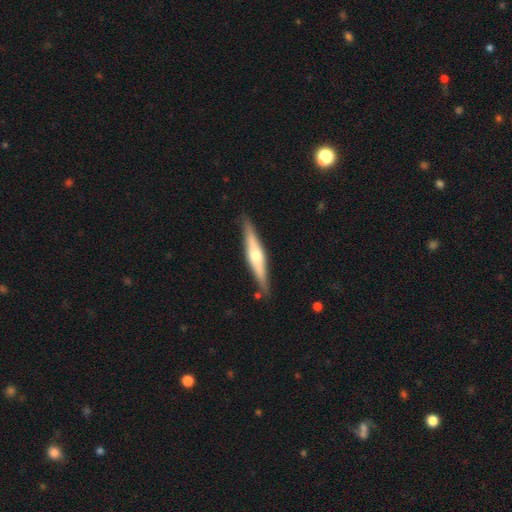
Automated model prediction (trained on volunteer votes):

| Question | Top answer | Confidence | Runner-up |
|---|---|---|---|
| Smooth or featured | featured or disk | 64% | smooth (31%) |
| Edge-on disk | yes | 95% | no (5%) |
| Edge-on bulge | rounded | 86% | boxy (8%) |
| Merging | none | 87% | minor disturbance (10%) |